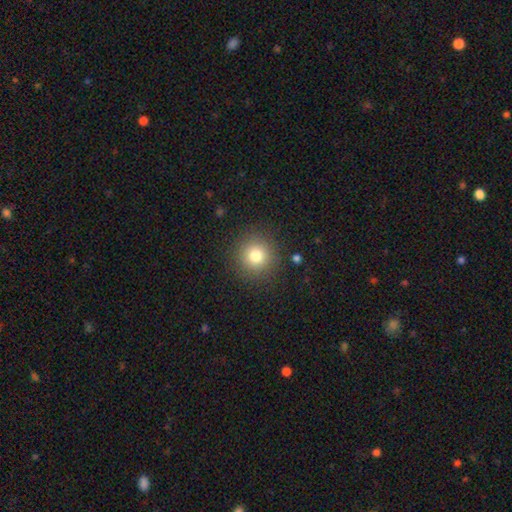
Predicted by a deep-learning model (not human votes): Smooth or featured?
  - smooth: 79% *
  - star or artifact: 13%
  - featured or disk: 8%
How rounded?
  - round: 94% *
  - in between: 5%
  - cigar-shaped: 1%
Merging?
  - none: 89% *
  - minor disturbance: 7%
  - major disturbance: 3%
  - merger: 1%